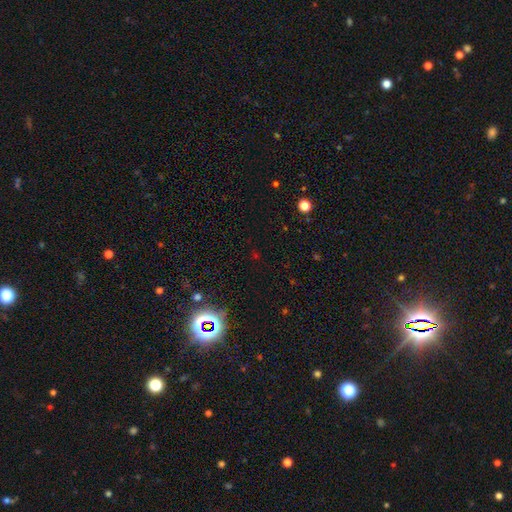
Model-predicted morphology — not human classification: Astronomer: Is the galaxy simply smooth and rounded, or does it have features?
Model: star or artifact — 68%.